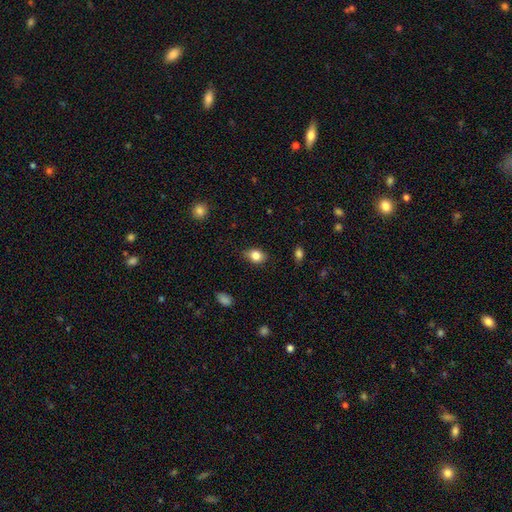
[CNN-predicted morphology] Overall: smooth (83%). How rounded: in between (72%). Merging: none (79%).